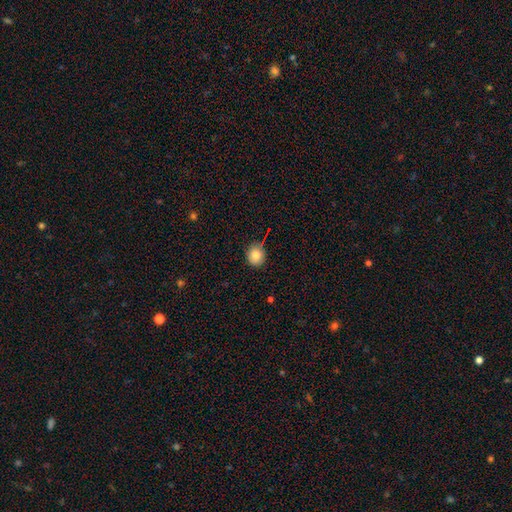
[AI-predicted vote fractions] Smooth or featured? Predicted: smooth (p=0.84). How rounded? Predicted: round (p=0.78). Merging? Predicted: none (p=0.76).